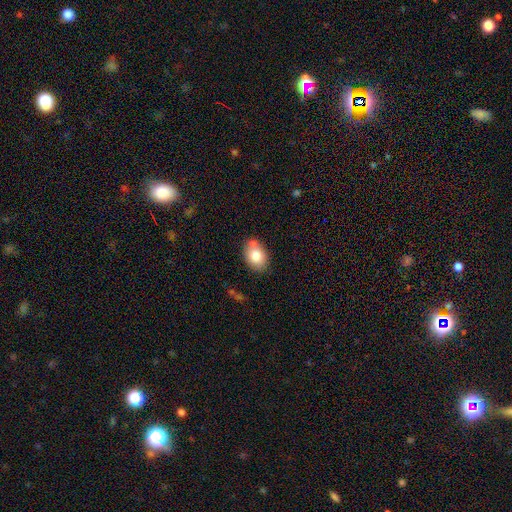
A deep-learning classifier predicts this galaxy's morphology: smooth 80%, featured or disk 12%, star or artifact 8%. Down the decision tree: how rounded — in between (81%); merging — none (64%).